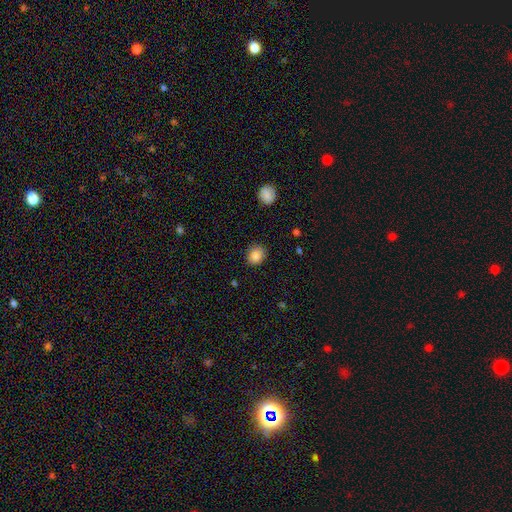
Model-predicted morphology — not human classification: The model was most divided on "how rounded": round: 69%, in between: 30%, cigar-shaped: 1%. More confident: smooth or featured — smooth (87%); merging — none (84%).